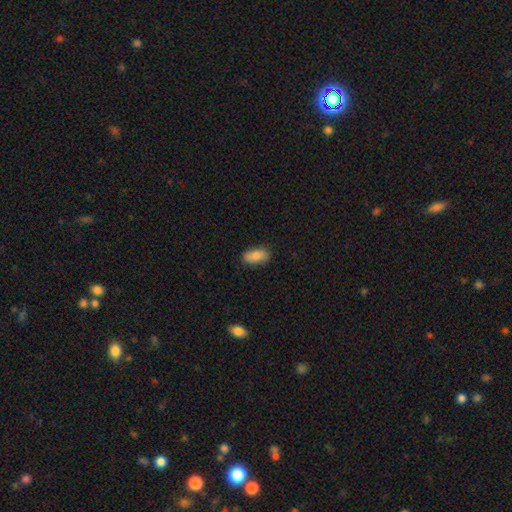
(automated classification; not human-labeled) The model was most divided on "merging": none: 83%, minor disturbance: 14%, major disturbance: 3%, merger: 1%. More confident: how rounded — in between (89%); smooth or featured — smooth (85%).